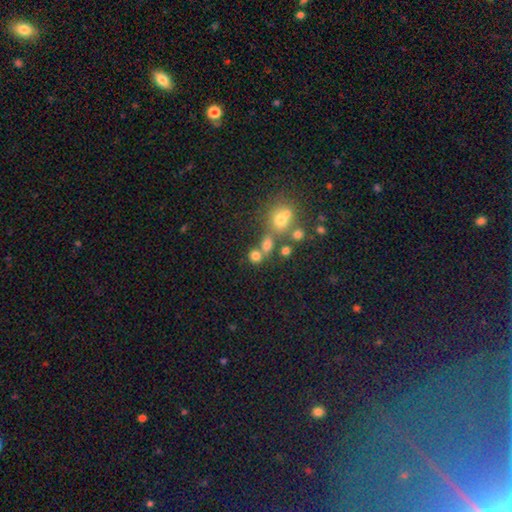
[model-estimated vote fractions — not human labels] Smooth or featured? smooth (71%)
How rounded? round (77%)
Merging? none (53%)